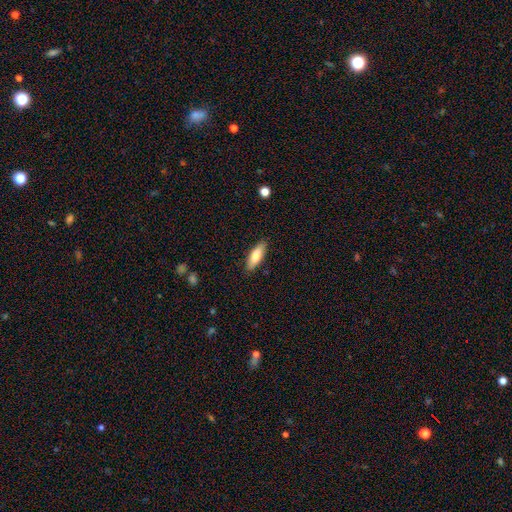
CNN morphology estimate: Q: Smooth or featured?
A: smooth (77%); runner-up: featured or disk (17%)
Q: How rounded?
A: in between (58%); runner-up: cigar-shaped (40%)
Q: Merging?
A: none (87%); runner-up: minor disturbance (10%)